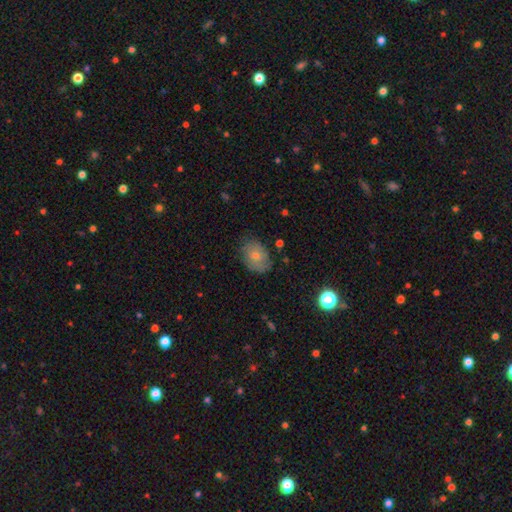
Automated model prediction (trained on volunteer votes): A smooth galaxy with no disk features (51%) that is in between round and cigar-shaped (70%).

Vote fractions:
- Smooth or featured? smooth: 51% / featured or disk: 36% / star or artifact: 13%
- How rounded? in between: 70% / round: 29% / cigar-shaped: 1%
- Merging? none: 75% / minor disturbance: 18% / major disturbance: 5% / merger: 1%